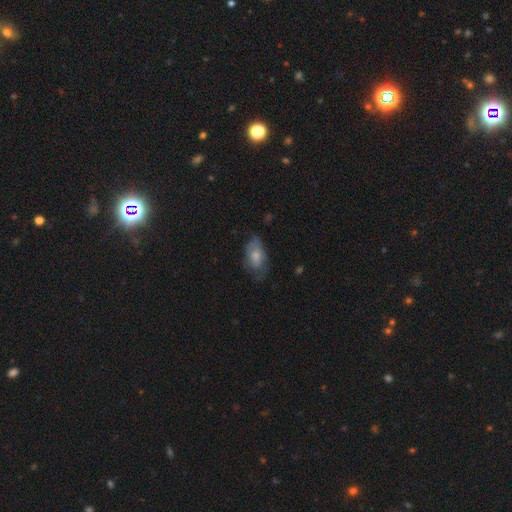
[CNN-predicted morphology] This is likely a smooth galaxy (70%). How rounded: clearly in between (91%). Merging: possibly none (52%).